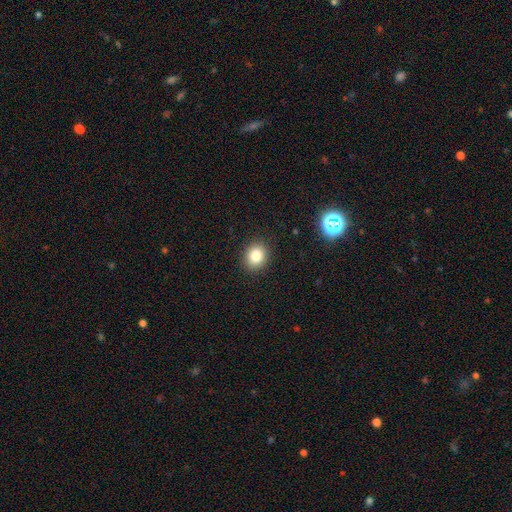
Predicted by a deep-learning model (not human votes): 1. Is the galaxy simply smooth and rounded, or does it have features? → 82% smooth, 11% star or artifact, 7% featured or disk.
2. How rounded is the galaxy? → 69% round, 30% in between, 1% cigar-shaped.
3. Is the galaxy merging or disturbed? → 90% none, 7% minor disturbance, 2% major disturbance, 1% merger.